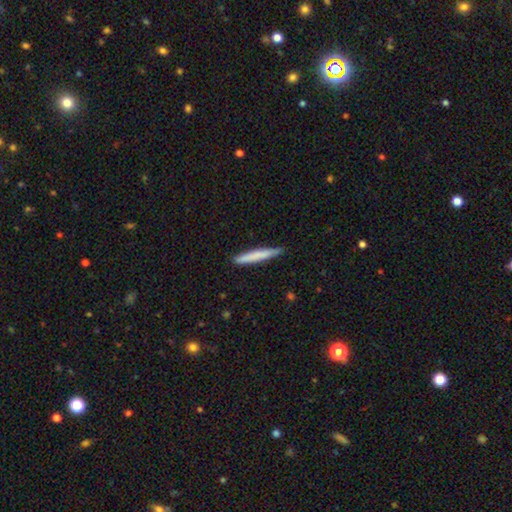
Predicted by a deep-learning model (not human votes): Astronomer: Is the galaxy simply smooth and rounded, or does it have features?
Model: smooth — 72%.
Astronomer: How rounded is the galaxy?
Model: cigar-shaped — 96%.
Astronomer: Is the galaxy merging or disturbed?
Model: none — 87%.